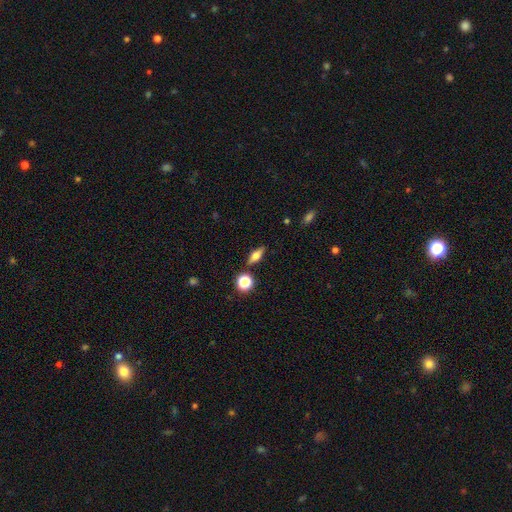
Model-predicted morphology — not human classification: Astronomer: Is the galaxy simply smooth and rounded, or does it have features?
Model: smooth — 51% (runner-up: featured or disk, 39%).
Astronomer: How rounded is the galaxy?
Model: in between — 60%.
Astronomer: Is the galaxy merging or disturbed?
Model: none — 84%.